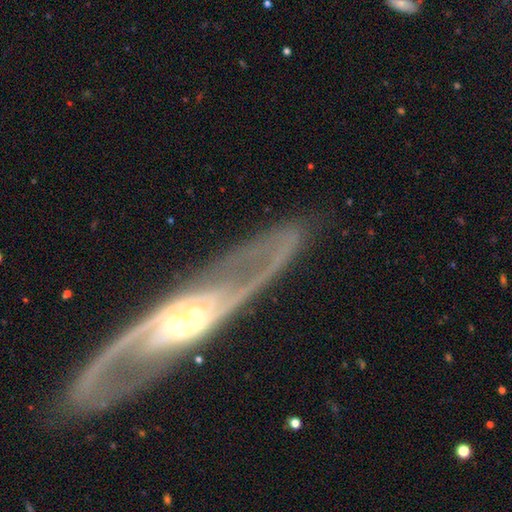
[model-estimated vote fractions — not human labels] Q: Smooth or featured?
A: featured or disk (88%); runner-up: smooth (6%)
Q: Edge-on disk?
A: no (80%); runner-up: yes (20%)
Q: Bar?
A: no (40%); runner-up: weak (35%)
Q: Spiral arms?
A: yes (95%); runner-up: no (5%)
Q: Spiral winding?
A: medium (50%); runner-up: loose (28%)
Q: Spiral arm count?
A: 2 (87%); runner-up: can't tell (5%)
Q: Bulge size?
A: moderate (43%); runner-up: small (36%)
Q: Merging?
A: none (78%); runner-up: minor disturbance (12%)